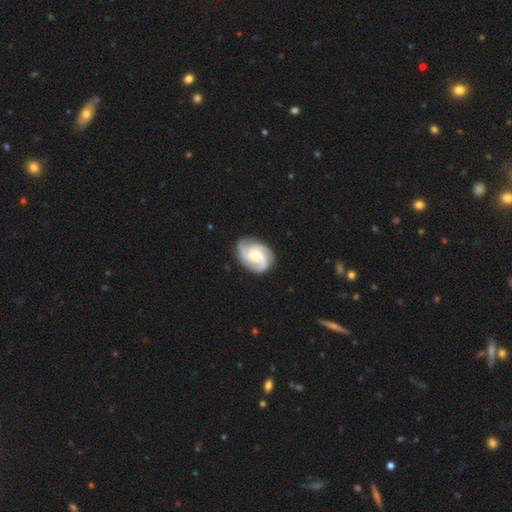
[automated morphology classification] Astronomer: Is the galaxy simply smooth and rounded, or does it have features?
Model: featured or disk — 87%.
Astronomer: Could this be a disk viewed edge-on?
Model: no — 98%.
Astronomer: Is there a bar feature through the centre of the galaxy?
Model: no — 59% (runner-up: weak, 34%).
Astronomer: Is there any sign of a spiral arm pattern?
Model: yes — 98%.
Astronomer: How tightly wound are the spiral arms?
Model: medium — 48% (runner-up: tight, 39%).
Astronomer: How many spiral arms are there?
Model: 3 — 66%.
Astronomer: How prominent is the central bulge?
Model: moderate — 52% (runner-up: small, 40%).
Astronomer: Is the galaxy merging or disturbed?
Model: none — 80%.